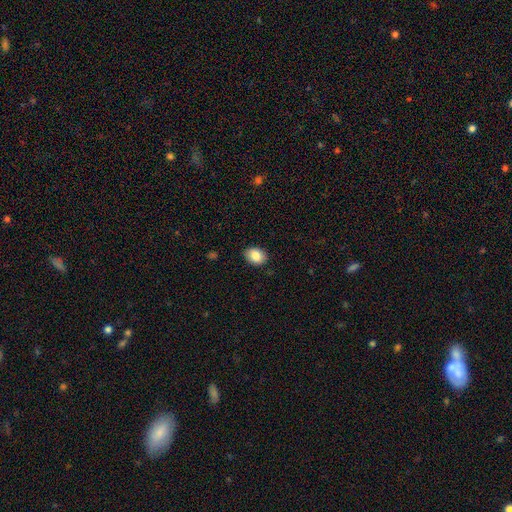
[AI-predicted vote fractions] This is clearly a smooth galaxy (85%). How rounded: likely in between (68%). Merging: clearly none (88%).